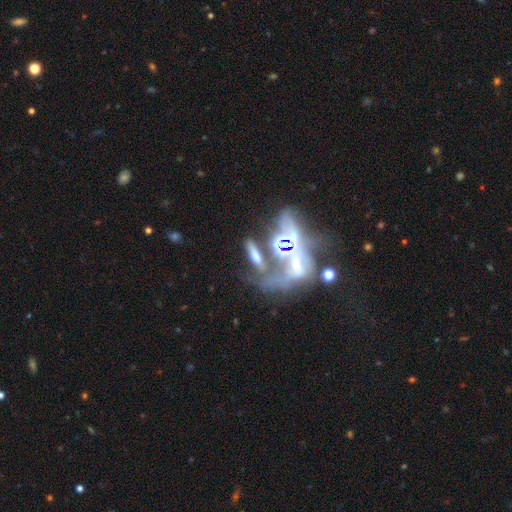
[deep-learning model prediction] Q: Smooth or featured?
A: smooth (45%); runner-up: featured or disk (32%)
Q: Merging?
A: none (38%); runner-up: merger (35%)